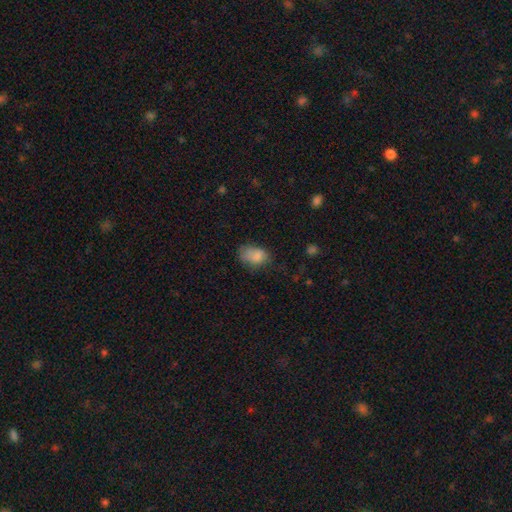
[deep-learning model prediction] Morphology: type=smooth (81%); roundness=in between (82%); merging=none (51%).